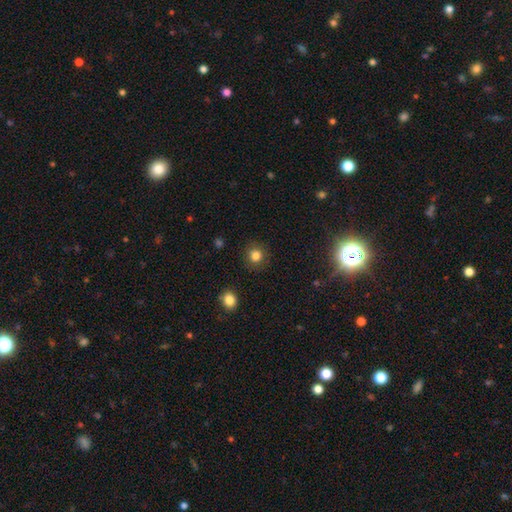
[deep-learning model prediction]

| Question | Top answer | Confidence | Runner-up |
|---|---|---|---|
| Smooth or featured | smooth | 83% | star or artifact (12%) |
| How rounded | round | 88% | in between (11%) |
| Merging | none | 88% | minor disturbance (8%) |